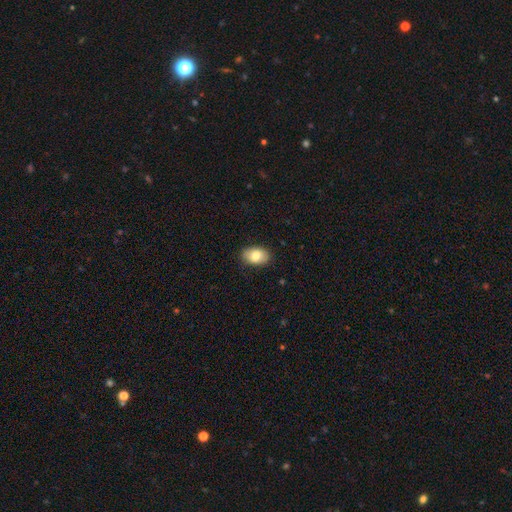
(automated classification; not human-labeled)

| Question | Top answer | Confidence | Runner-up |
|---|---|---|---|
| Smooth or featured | smooth | 82% | featured or disk (11%) |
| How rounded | in between | 90% | round (9%) |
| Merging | none | 86% | minor disturbance (10%) |